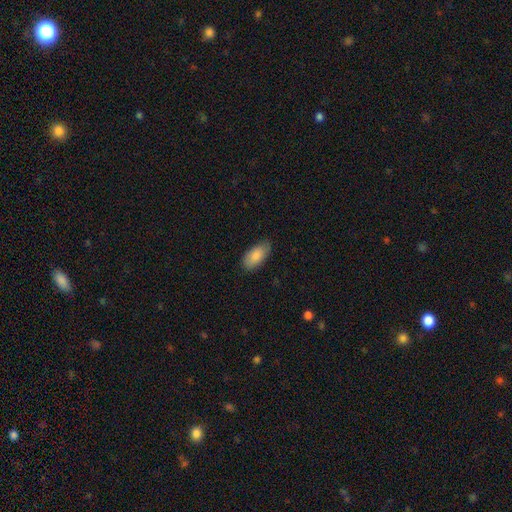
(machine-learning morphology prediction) The model was most divided on "merging": none: 80%, minor disturbance: 16%, major disturbance: 3%, merger: 1%. More confident: how rounded — in between (93%); smooth or featured — smooth (87%).